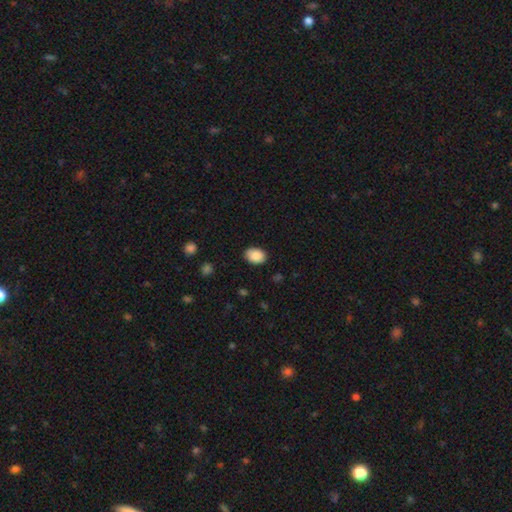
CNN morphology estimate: Smooth or featured? Predicted: smooth (p=0.89). How rounded? Predicted: in between (p=0.80). Merging? Predicted: none (p=0.87).